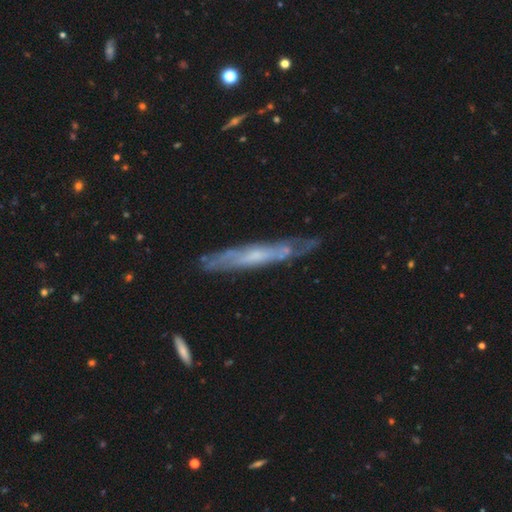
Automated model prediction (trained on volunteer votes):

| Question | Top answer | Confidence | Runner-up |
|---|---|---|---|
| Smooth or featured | featured or disk | 67% | smooth (26%) |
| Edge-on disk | yes | 71% | no (29%) |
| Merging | none | 75% | minor disturbance (18%) |